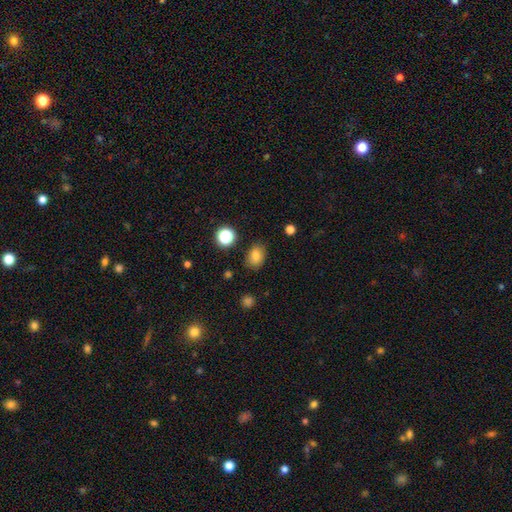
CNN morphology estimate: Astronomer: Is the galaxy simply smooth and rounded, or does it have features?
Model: smooth — 80%.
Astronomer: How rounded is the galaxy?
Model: in between — 69%.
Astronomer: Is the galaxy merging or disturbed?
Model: none — 82%.